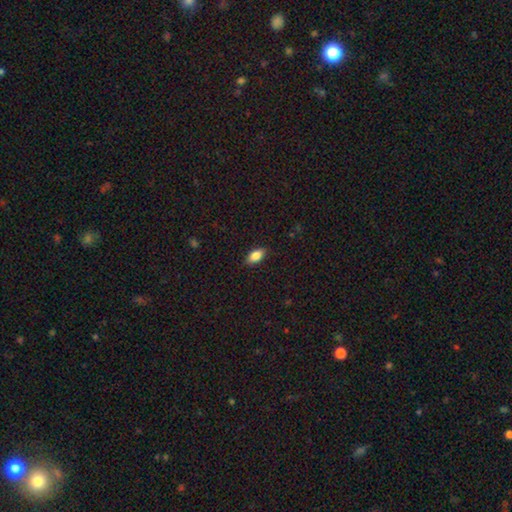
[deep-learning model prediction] Smooth or featured? Predicted: smooth (p=0.85). How rounded? Predicted: in between (p=0.91). Merging? Predicted: none (p=0.87).